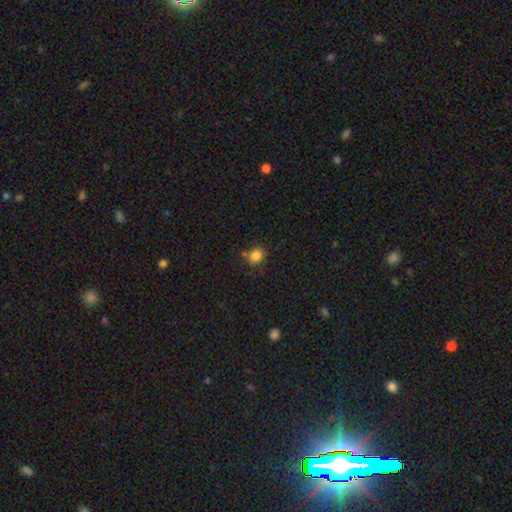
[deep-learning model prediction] smooth_or_featured: smooth (p=0.83) [alt: star or artifact p=0.11]
how_rounded: round (p=0.73) [alt: in between p=0.26]
merging: none (p=0.73) [alt: minor disturbance p=0.14]